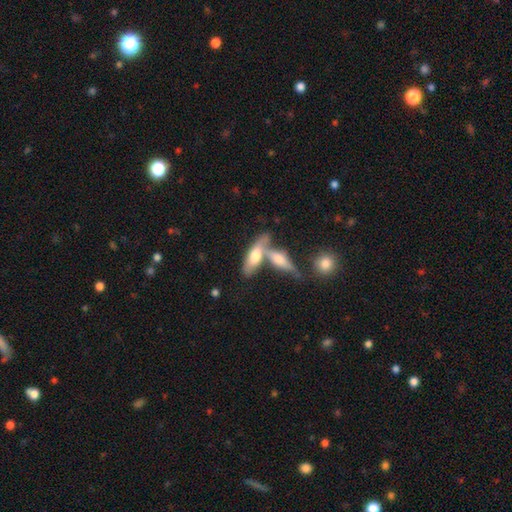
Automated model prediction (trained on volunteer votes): Q: Smooth or featured?
A: smooth (59%); runner-up: featured or disk (35%)
Q: How rounded?
A: in between (62%); runner-up: cigar-shaped (36%)
Q: Merging?
A: merger (50%); runner-up: none (36%)